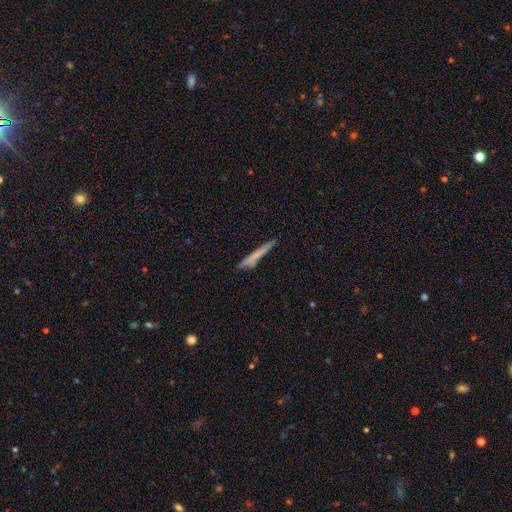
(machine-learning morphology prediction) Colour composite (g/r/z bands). It shows a smooth galaxy with no disk features (63%) that is cigar-shaped (96%). Merging: none (82%).